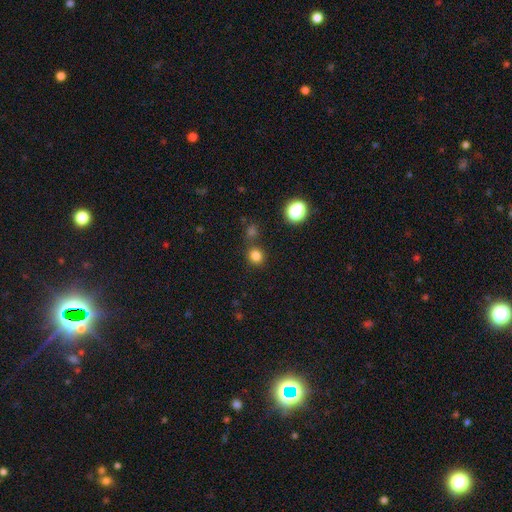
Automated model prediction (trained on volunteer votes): This appears to be a smooth galaxy with no disk features (79%) that is round (85%). Merging: none (77%).